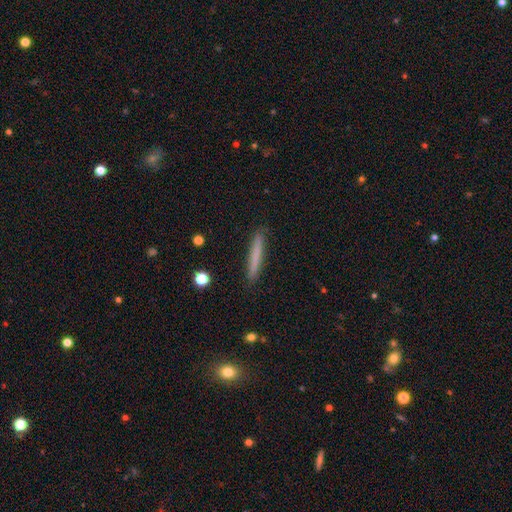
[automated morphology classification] Smooth or featured: smooth — 72% (featured or disk — 22%)
How rounded: cigar-shaped — 96% (in between — 3%)
Merging: none — 90% (minor disturbance — 7%)